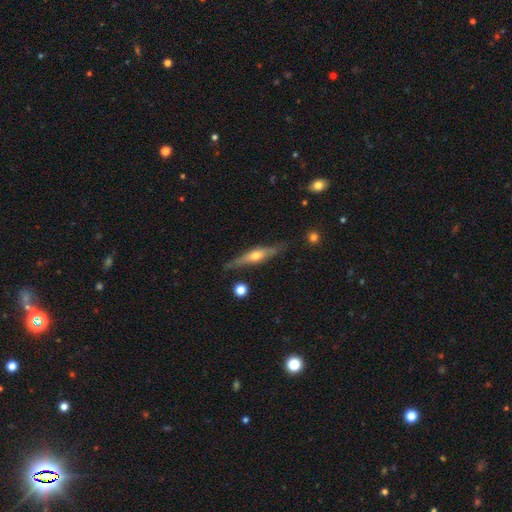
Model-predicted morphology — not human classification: featured or disk 73%, smooth 21%, star or artifact 6%. Down the decision tree: edge-on disk — yes (95%); edge-on bulge — rounded (89%); merging — none (83%).